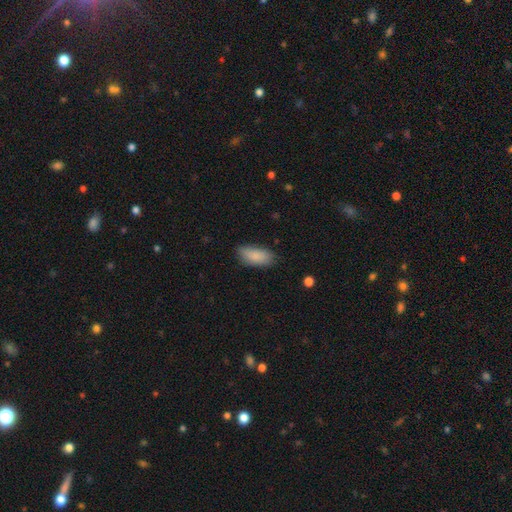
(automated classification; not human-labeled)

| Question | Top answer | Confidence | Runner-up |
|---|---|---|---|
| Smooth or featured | smooth | 86% | featured or disk (7%) |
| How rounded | in between | 89% | cigar-shaped (9%) |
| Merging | none | 76% | minor disturbance (19%) |